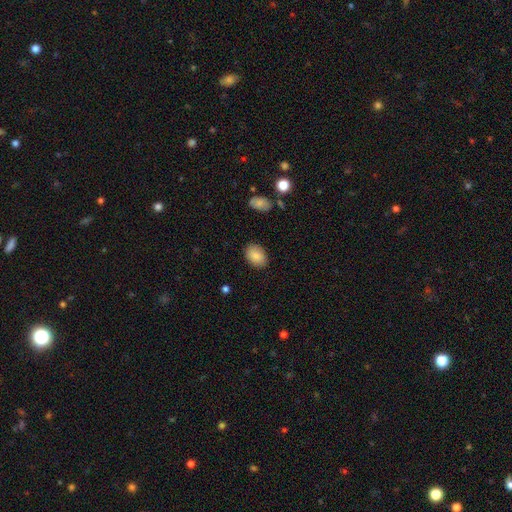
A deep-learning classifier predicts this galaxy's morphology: Smooth or featured? Predicted: smooth (p=0.86). How rounded? Predicted: in between (p=0.83). Merging? Predicted: none (p=0.87).